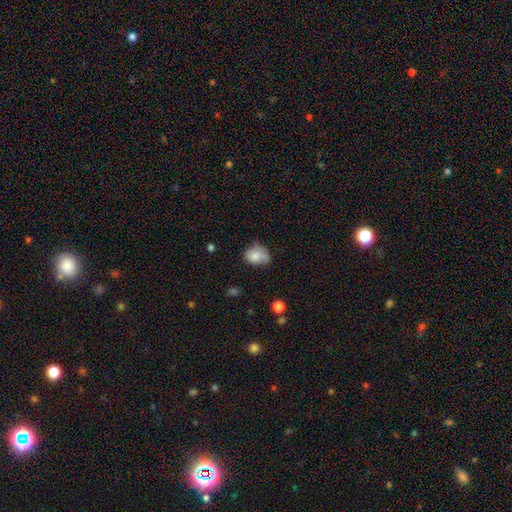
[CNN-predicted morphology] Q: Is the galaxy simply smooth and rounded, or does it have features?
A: smooth — 76%.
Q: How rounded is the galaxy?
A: in between — 58%.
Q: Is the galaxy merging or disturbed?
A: none — 40%, tied with minor disturbance.